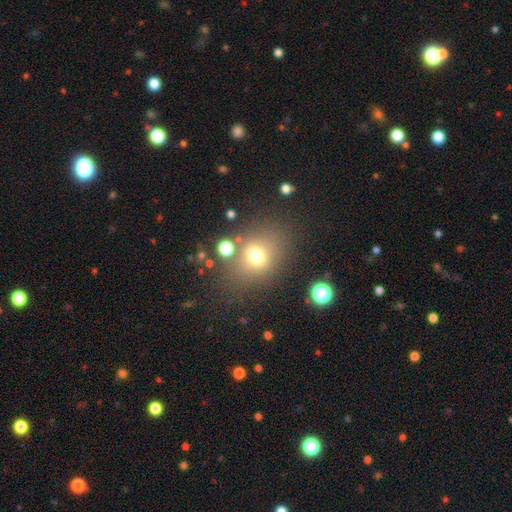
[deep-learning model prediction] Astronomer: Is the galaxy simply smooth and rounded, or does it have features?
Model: smooth — 67%.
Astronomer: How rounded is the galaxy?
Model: round — 51% (runner-up: in between, 48%).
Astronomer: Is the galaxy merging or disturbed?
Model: none — 69%.